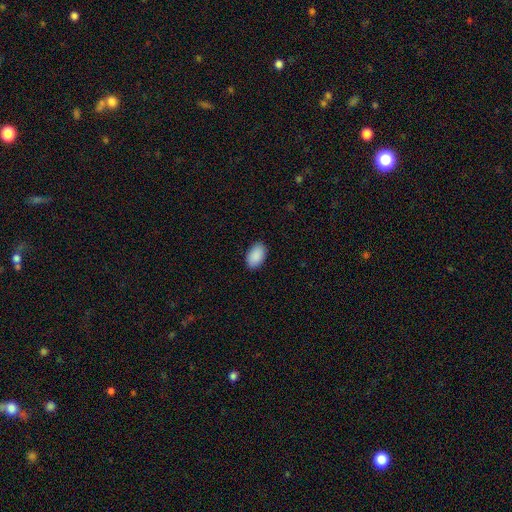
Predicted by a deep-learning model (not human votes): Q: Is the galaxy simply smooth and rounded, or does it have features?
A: smooth — 91%.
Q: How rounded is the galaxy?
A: in between — 93%.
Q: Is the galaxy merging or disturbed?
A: none — 89%.